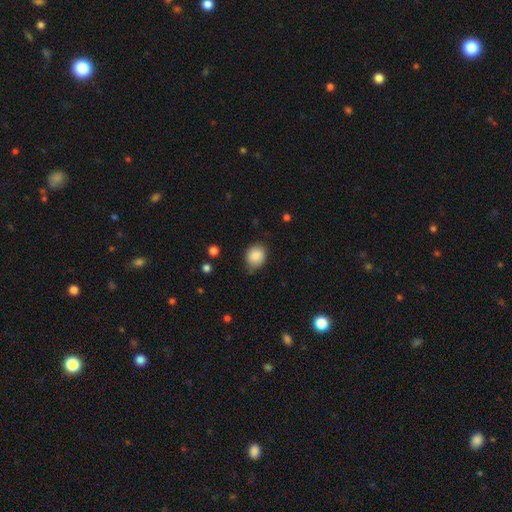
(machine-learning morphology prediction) smooth_or_featured: smooth (p=0.87) [alt: star or artifact p=0.08]
how_rounded: round (p=0.69) [alt: in between p=0.30]
merging: none (p=0.77) [alt: minor disturbance p=0.18]